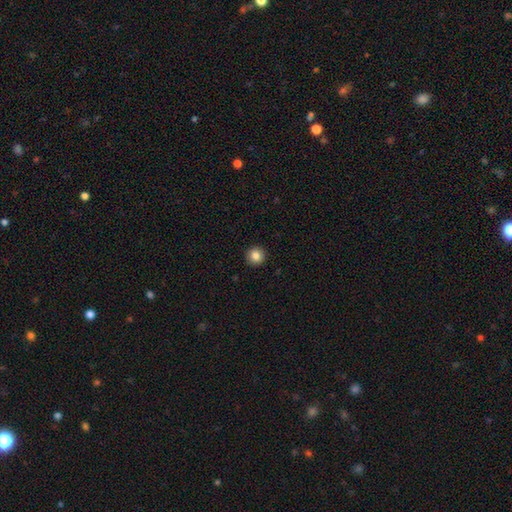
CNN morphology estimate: A smooth galaxy with no disk features (85%) that is round (95%). Merging: none (93%).